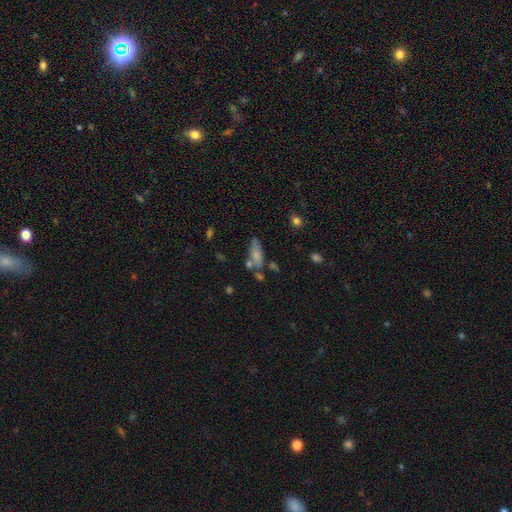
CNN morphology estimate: smooth 71%, featured or disk 20%, star or artifact 9%. Down the decision tree: how rounded — in between (74%); merging — none (47%).